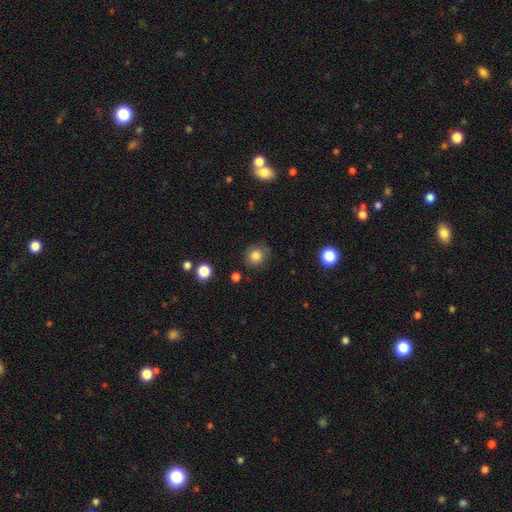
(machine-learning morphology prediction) type=smooth (83%); roundness=round (83%); merging=none (80%).